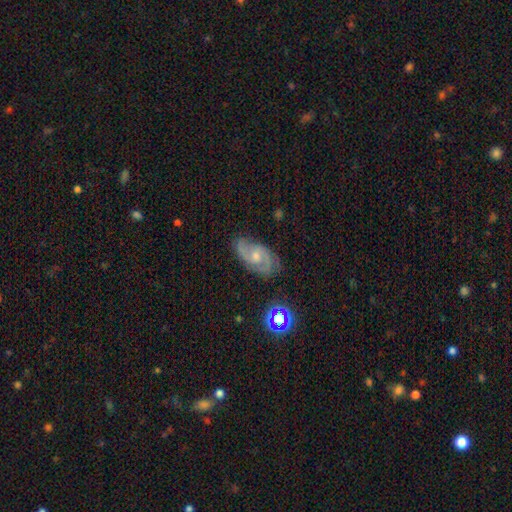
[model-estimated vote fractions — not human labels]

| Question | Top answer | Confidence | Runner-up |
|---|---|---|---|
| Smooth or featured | featured or disk | 80% | smooth (11%) |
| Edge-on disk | no | 96% | yes (4%) |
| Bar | no | 61% | weak (34%) |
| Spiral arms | yes | 96% | no (4%) |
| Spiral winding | medium | 49% | tight (37%) |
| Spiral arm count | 2 | 76% | can't tell (9%) |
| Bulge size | small | 48% | moderate (46%) |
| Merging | none | 73% | minor disturbance (20%) |